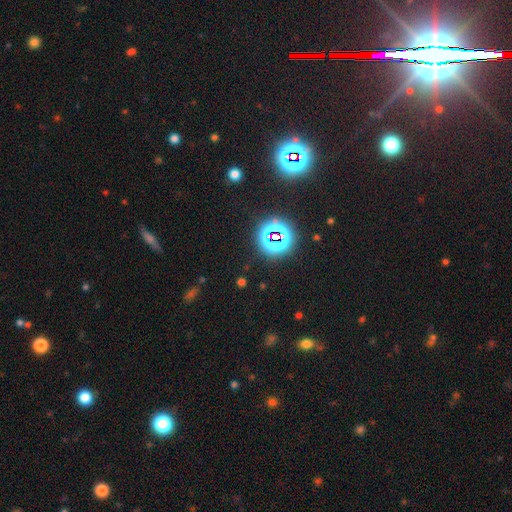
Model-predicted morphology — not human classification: Smooth or featured: star or artifact — 80% (smooth — 11%)